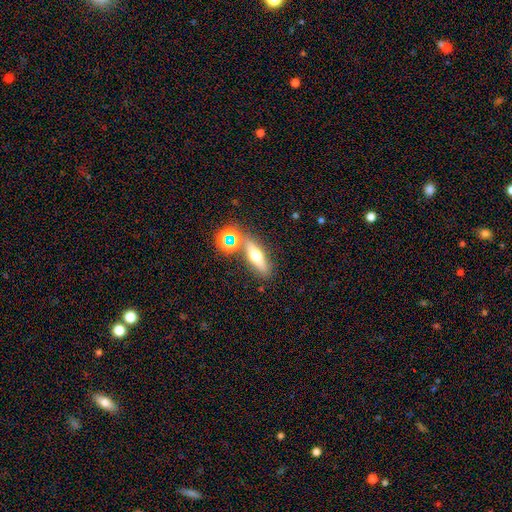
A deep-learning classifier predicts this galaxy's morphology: smooth-or-featured: smooth: 43% (tied) | featured or disk: 43% (tied) | star or artifact: 14%
  merging: none: 78% | merger: 10% | minor disturbance: 9% | major disturbance: 3%